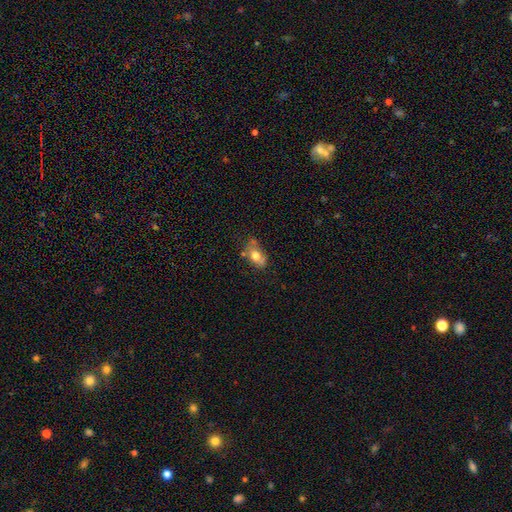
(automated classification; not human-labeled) Overall: smooth (65%; featured or disk 26%). How rounded: in between (81%). Merging: none (52%; minor disturbance 28%).